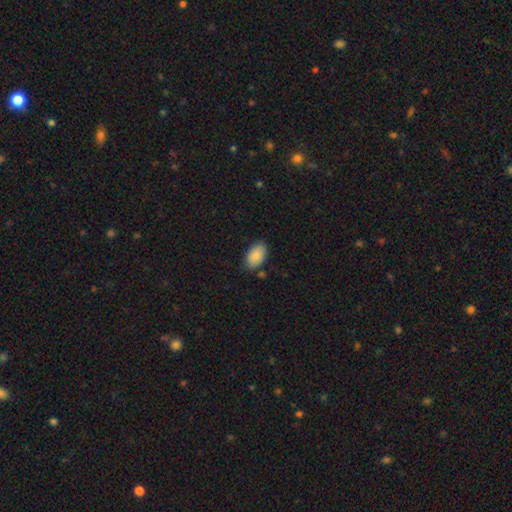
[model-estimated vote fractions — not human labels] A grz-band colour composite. It shows a smooth galaxy with no disk features (88%) that is in between round and cigar-shaped (94%). Merging: none (79%).